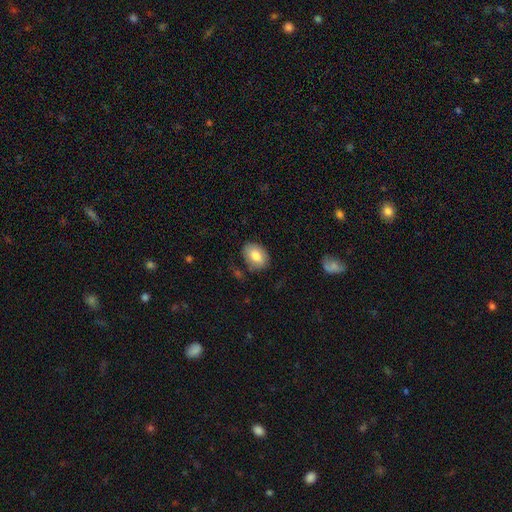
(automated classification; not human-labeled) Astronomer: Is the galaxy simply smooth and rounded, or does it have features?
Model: smooth — 80%.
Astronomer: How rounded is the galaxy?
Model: in between — 75%.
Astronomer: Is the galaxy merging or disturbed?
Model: none — 79%.